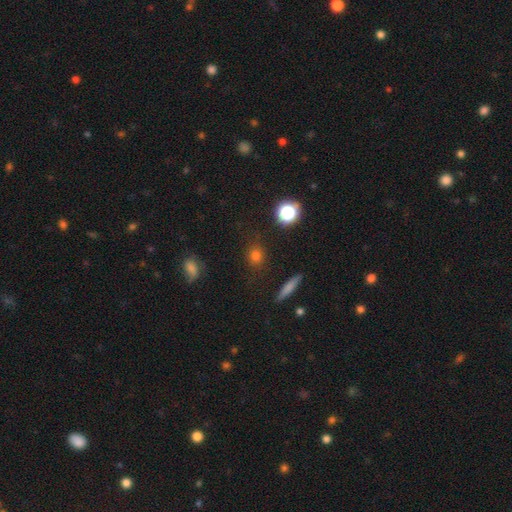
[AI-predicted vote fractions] A smooth galaxy with no disk features (76%) that is round (73%). Merging: none (84%).